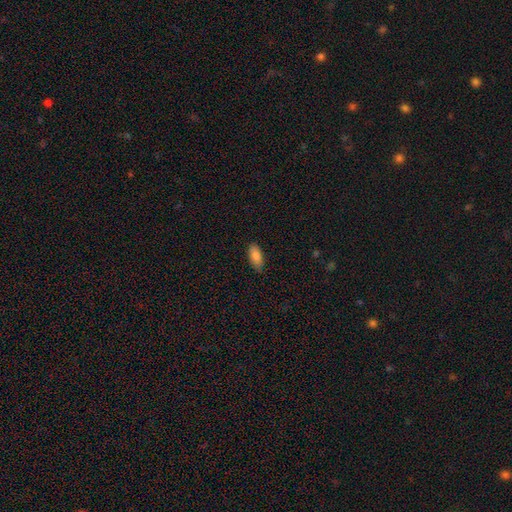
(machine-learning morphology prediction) Smooth or featured? Predicted: smooth (p=0.86). How rounded? Predicted: in between (p=0.87). Merging? Predicted: none (p=0.84).